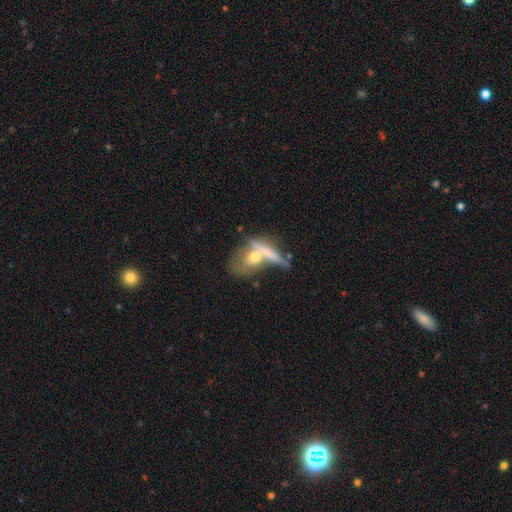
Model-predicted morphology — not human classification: This appears to be a featured or disk galaxy (51%). Merging: merger (54%).